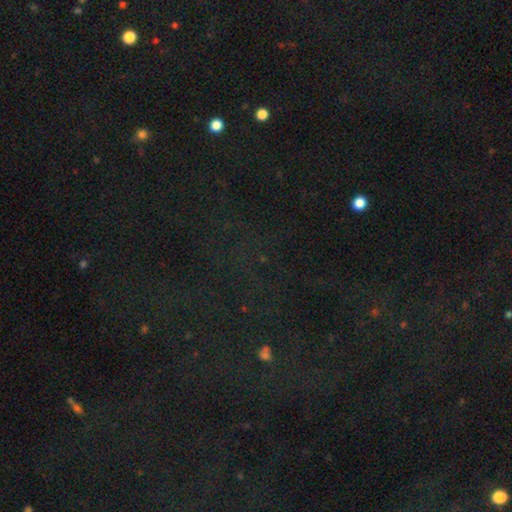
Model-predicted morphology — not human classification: Overall: star or artifact (77%).